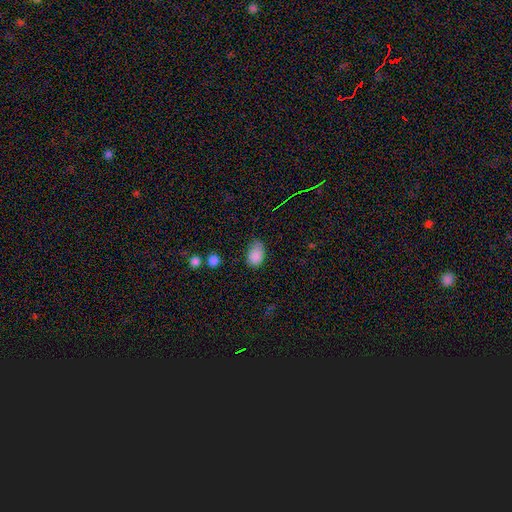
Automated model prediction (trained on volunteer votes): Smooth or featured? smooth (86%)
How rounded? in between (85%)
Merging? none (52%)